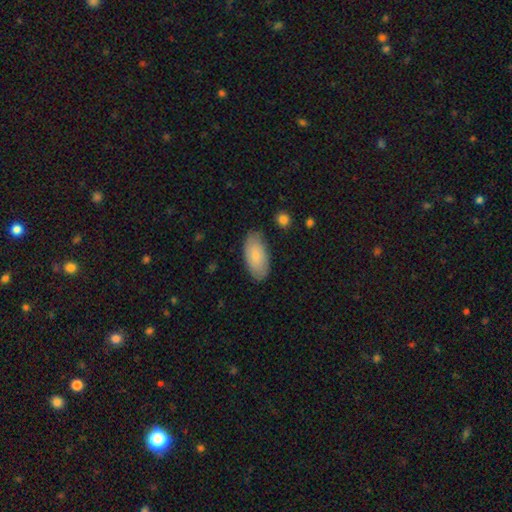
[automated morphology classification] Q: Smooth or featured?
A: smooth (76%); runner-up: featured or disk (18%)
Q: How rounded?
A: in between (93%); runner-up: cigar-shaped (4%)
Q: Merging?
A: none (82%); runner-up: minor disturbance (14%)